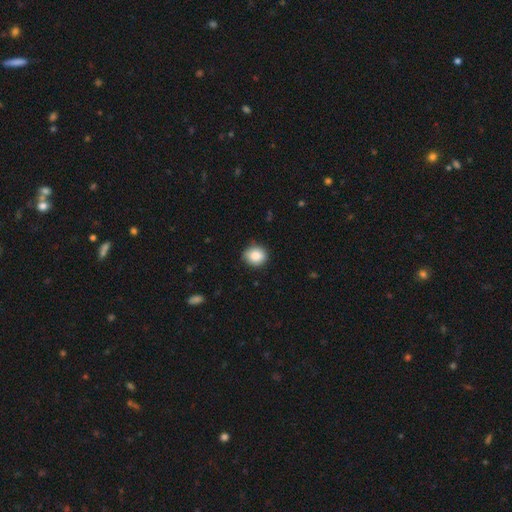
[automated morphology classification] This appears to be a smooth galaxy with no disk features (87%) that is round (78%). Merging: none (80%).